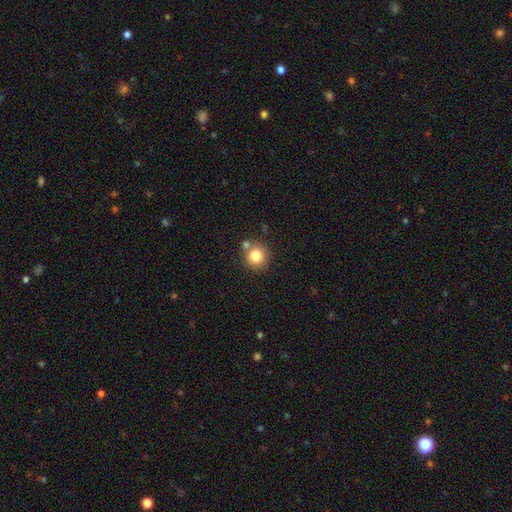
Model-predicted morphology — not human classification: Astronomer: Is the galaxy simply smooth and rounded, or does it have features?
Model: smooth — 80%.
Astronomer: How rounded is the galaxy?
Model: round — 92%.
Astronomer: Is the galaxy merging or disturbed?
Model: none — 72%.